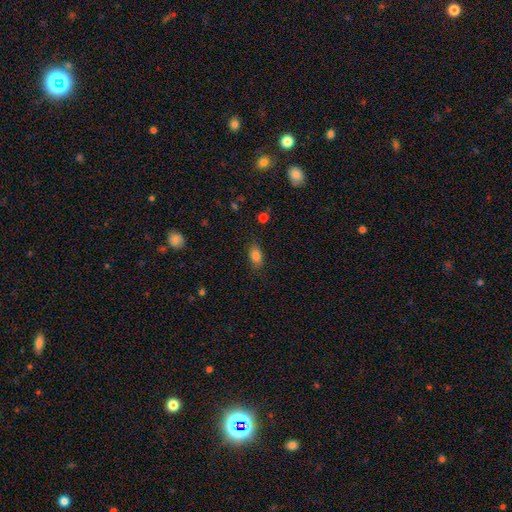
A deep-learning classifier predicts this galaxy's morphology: A smooth galaxy with no disk features (83%) that is in between round and cigar-shaped (88%). Merging: none (81%).